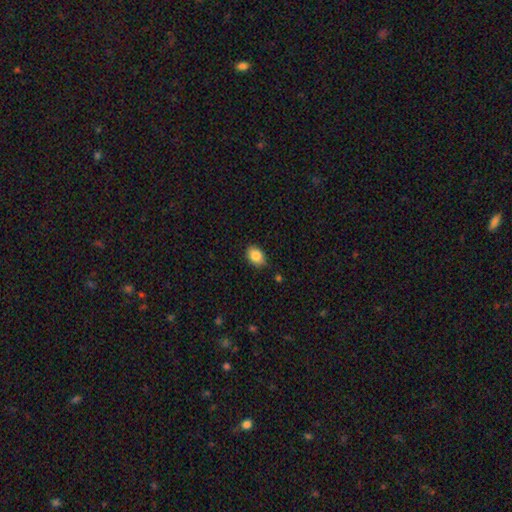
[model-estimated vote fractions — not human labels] Smooth or featured: smooth — 85% (star or artifact — 8%)
How rounded: in between — 79% (round — 19%)
Merging: none — 82% (minor disturbance — 14%)